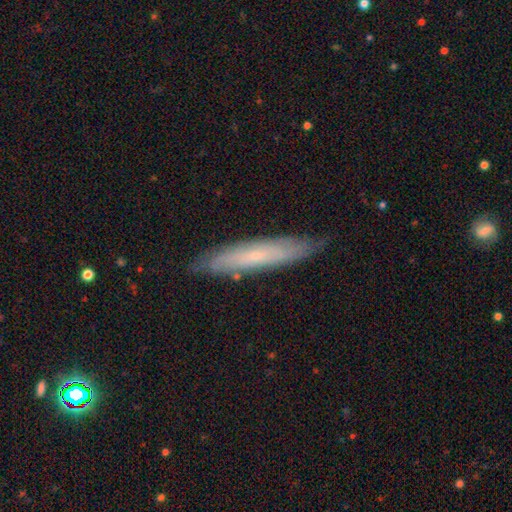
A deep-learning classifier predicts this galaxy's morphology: smooth-or-featured: featured or disk: 54% | smooth: 39% | star or artifact: 7%
  disk-edge-on: yes: 61% | no: 39%
  merging: none: 82% | minor disturbance: 15% | major disturbance: 2% | merger: 1%